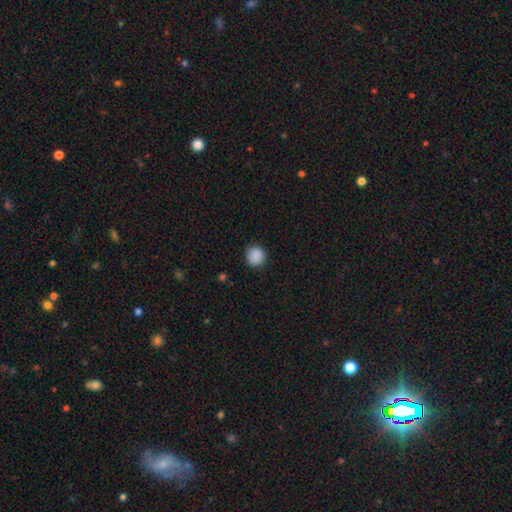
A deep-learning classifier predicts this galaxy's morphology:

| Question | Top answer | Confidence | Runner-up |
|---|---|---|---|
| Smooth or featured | smooth | 89% | star or artifact (9%) |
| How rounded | round | 92% | in between (7%) |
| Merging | none | 89% | minor disturbance (8%) |